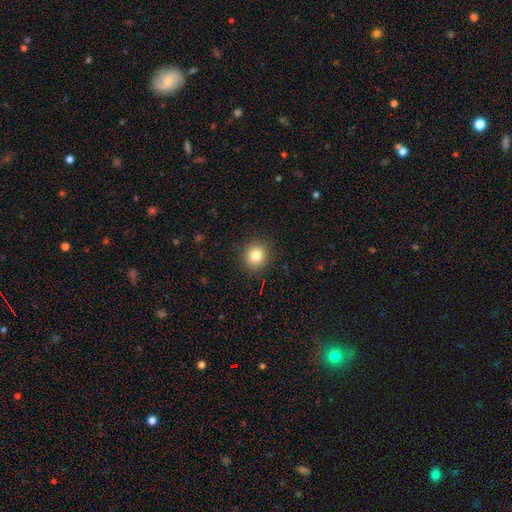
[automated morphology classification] Overall: smooth (82%). How rounded: round (88%). Merging: none (91%).